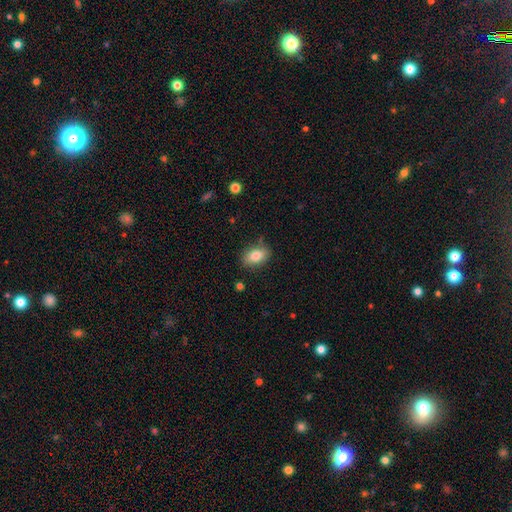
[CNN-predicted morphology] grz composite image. It shows a smooth galaxy with no disk features (83%) that is in between round and cigar-shaped (86%). Merging: none (82%).